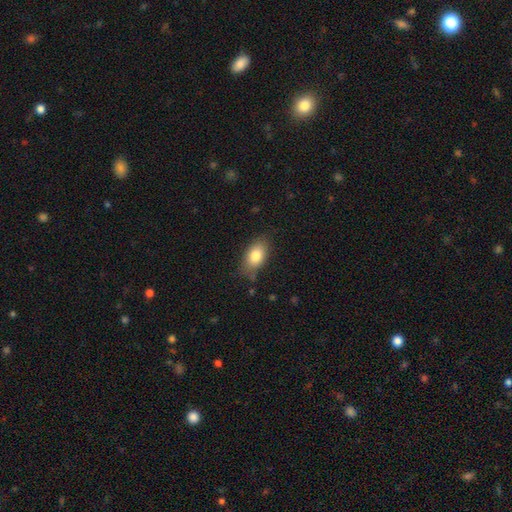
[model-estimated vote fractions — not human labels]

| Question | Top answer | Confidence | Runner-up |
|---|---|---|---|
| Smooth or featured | smooth | 80% | featured or disk (12%) |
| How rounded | in between | 88% | round (9%) |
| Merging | none | 76% | minor disturbance (19%) |